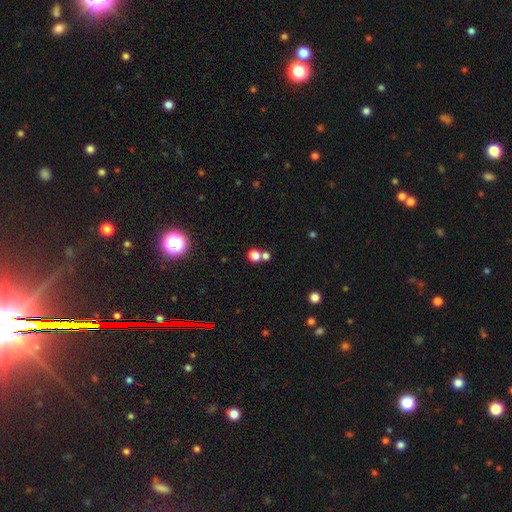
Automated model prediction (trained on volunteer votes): smooth 74%, star or artifact 19%, featured or disk 7%. Down the decision tree: how rounded — round (79%); merging — none (58%).